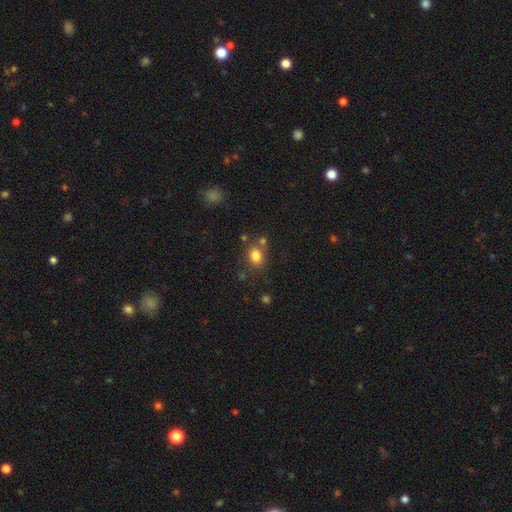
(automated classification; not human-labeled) This appears to be a smooth galaxy with no disk features (81%) that is round (61%). Merging: none (69%).